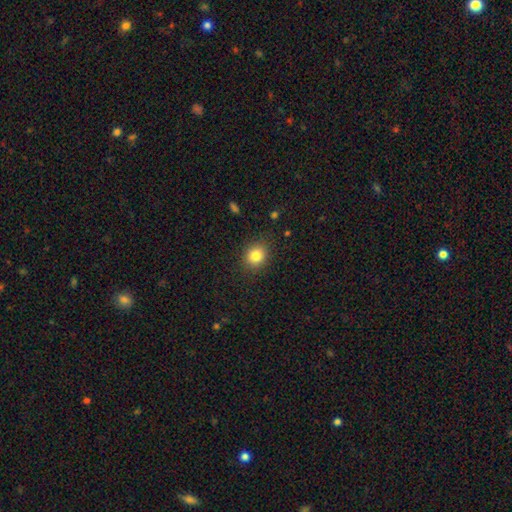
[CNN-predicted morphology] smooth 83%, star or artifact 11%, featured or disk 6%. Down the decision tree: how rounded — round (69%); merging — none (87%).